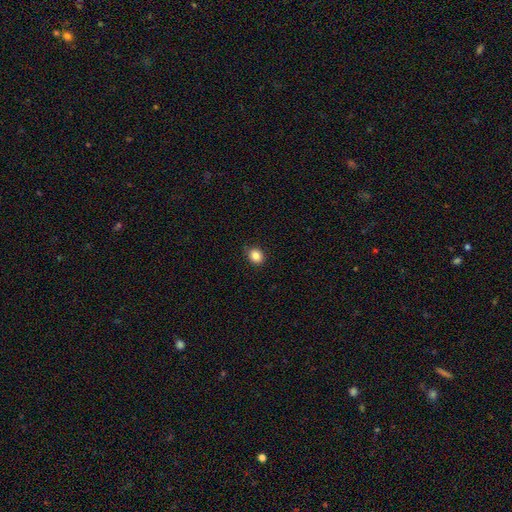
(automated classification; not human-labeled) Smooth or featured: smooth — 85% (star or artifact — 10%)
How rounded: round — 67% (in between — 32%)
Merging: none — 87% (minor disturbance — 10%)